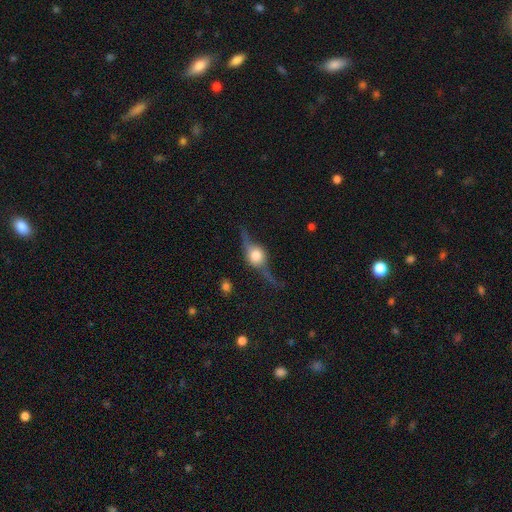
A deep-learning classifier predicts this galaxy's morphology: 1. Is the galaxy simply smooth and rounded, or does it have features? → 78% featured or disk, 15% smooth, 7% star or artifact.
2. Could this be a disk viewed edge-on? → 88% yes, 12% no.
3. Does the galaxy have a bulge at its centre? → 94% rounded, 5% boxy, 1% none.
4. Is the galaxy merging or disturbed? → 69% none, 18% minor disturbance, 10% major disturbance, 2% merger.